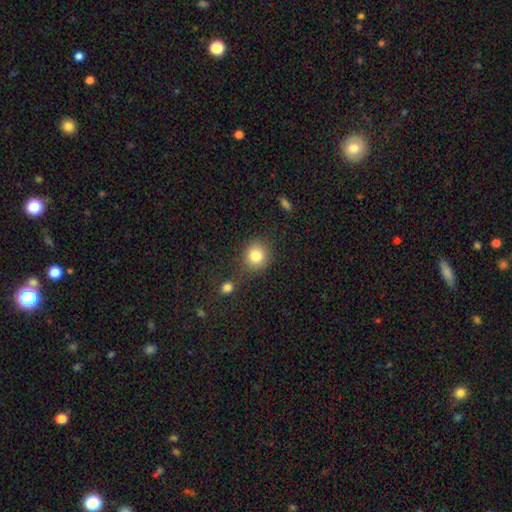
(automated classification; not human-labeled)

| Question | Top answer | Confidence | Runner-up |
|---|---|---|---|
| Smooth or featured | smooth | 82% | star or artifact (11%) |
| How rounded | round | 86% | in between (13%) |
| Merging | none | 79% | minor disturbance (10%) |